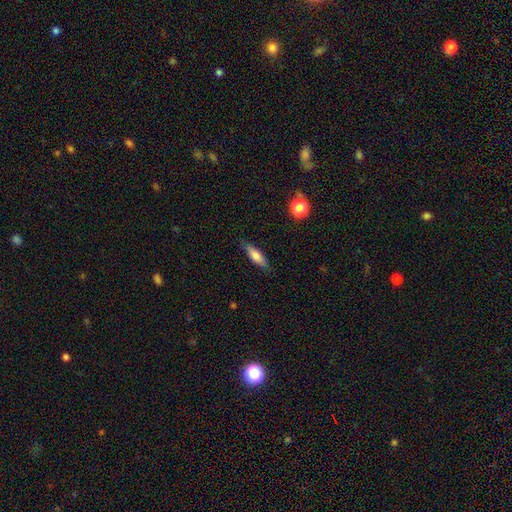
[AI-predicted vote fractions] Smooth or featured?
  - smooth: 71% *
  - featured or disk: 22%
  - star or artifact: 7%
How rounded?
  - cigar-shaped: 55% *
  - in between: 42%
  - round: 2%
Merging?
  - none: 83% *
  - minor disturbance: 13%
  - major disturbance: 3%
  - merger: 1%